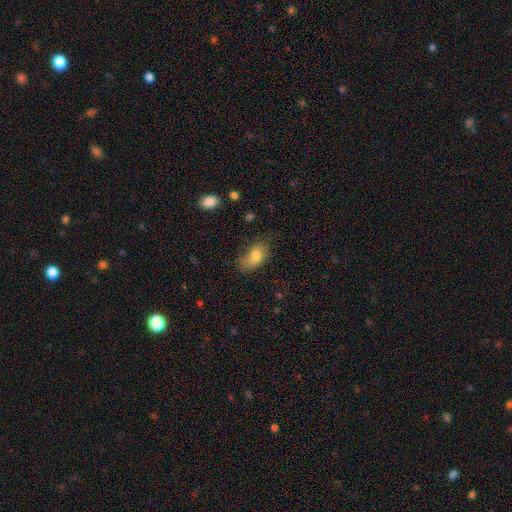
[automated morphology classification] Overall: smooth (76%). How rounded: in between (90%). Merging: none (60%; minor disturbance 29%).